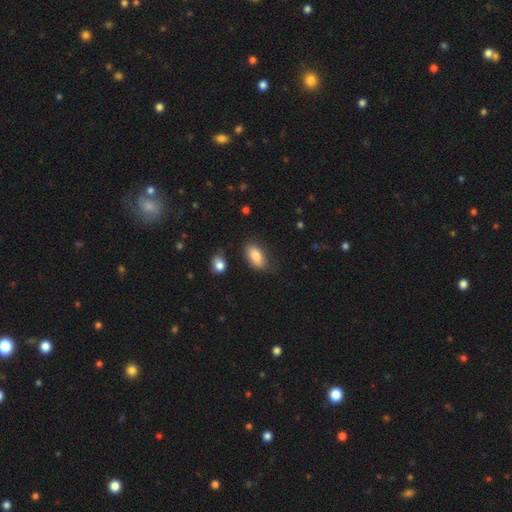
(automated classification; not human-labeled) A smooth galaxy with no disk features (85%) that is in between round and cigar-shaped (92%).

Vote fractions:
- Smooth or featured? smooth: 85% / featured or disk: 8% / star or artifact: 7%
- How rounded? in between: 92% / cigar-shaped: 4% / round: 4%
- Merging? none: 72% / minor disturbance: 20% / major disturbance: 5% / merger: 3%